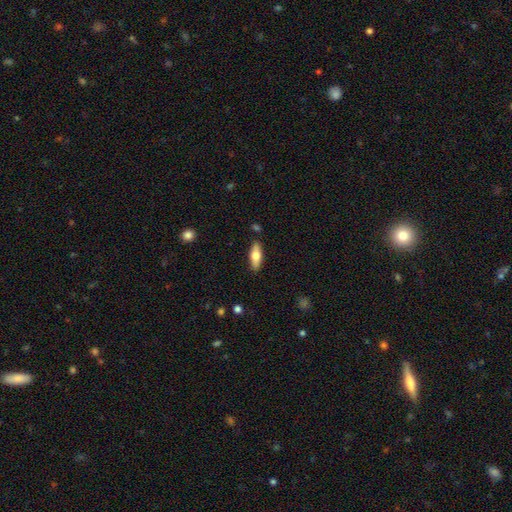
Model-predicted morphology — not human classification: smooth 65%, featured or disk 29%, star or artifact 6%. Down the decision tree: how rounded — in between (65%); merging — none (86%).